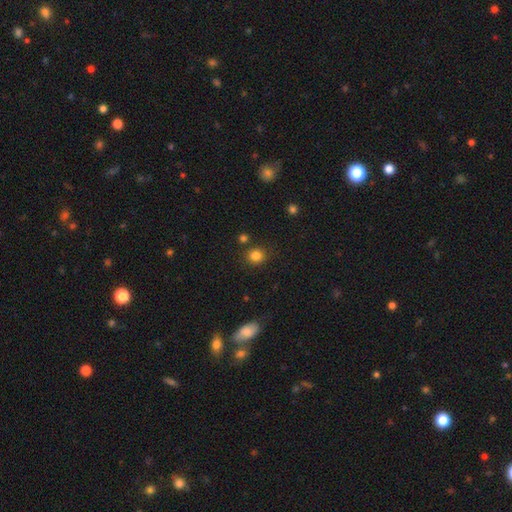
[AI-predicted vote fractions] Smooth or featured?
  - smooth: 83% *
  - star or artifact: 12%
  - featured or disk: 5%
How rounded?
  - round: 86% *
  - in between: 13%
  - cigar-shaped: 1%
Merging?
  - none: 84% *
  - minor disturbance: 8%
  - merger: 5%
  - major disturbance: 3%